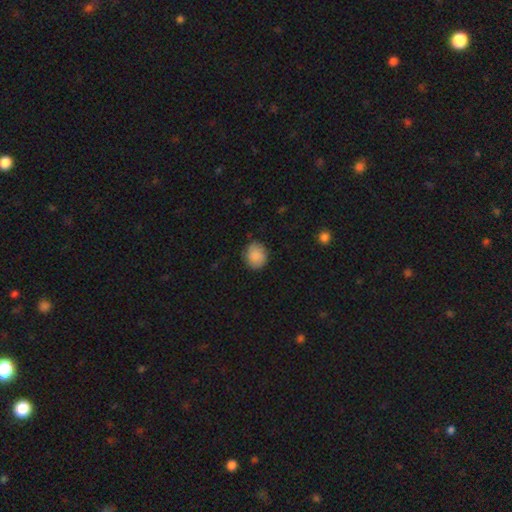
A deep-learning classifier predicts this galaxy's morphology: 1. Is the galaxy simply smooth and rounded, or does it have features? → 86% smooth, 7% featured or disk, 7% star or artifact.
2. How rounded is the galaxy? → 71% round, 28% in between, 1% cigar-shaped.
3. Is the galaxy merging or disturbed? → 82% none, 14% minor disturbance, 3% major disturbance, 1% merger.